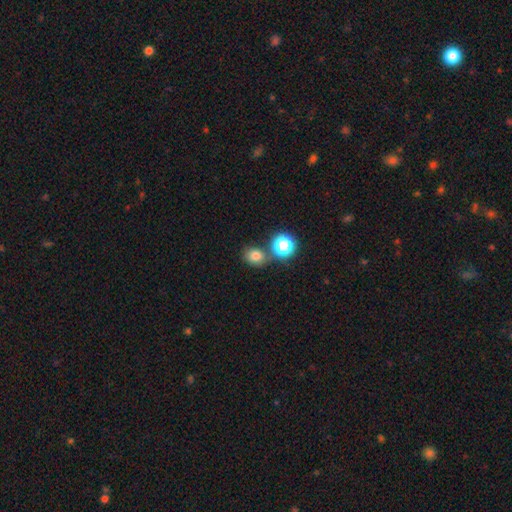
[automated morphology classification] Q: Smooth or featured?
A: smooth (76%); runner-up: star or artifact (17%)
Q: How rounded?
A: round (62%); runner-up: in between (37%)
Q: Merging?
A: none (68%); runner-up: merger (17%)